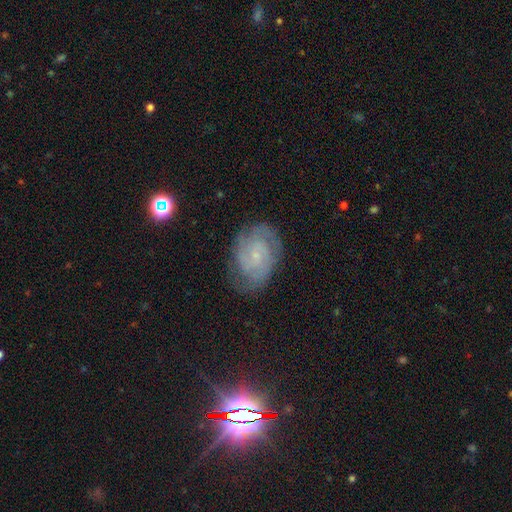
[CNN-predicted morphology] type=featured or disk (77%); edge-on=no (97%); bar=no (63%); spiral arms=yes (94%); winding=tight (64%); arm count=2 (33%); bulge=small (79%); merging=none (75%).